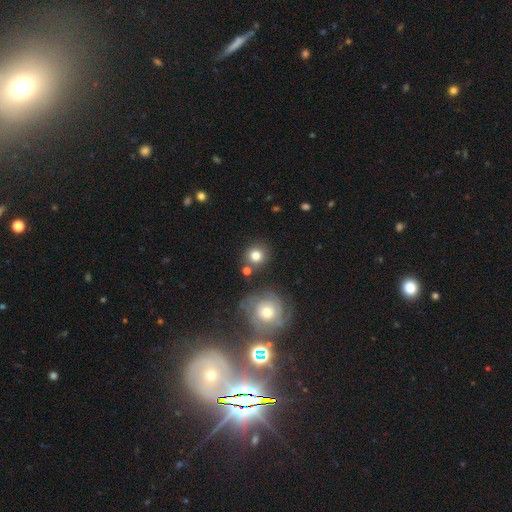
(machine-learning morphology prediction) Smooth or featured: smooth — 79% (featured or disk — 11%)
How rounded: round — 90% (in between — 9%)
Merging: none — 78% (merger — 9%)